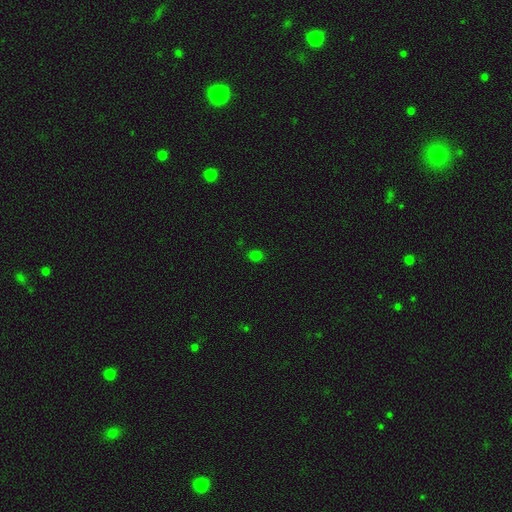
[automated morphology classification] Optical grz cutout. It shows a smooth galaxy with no disk features (76%) that is round (71%). Merging: none (88%).